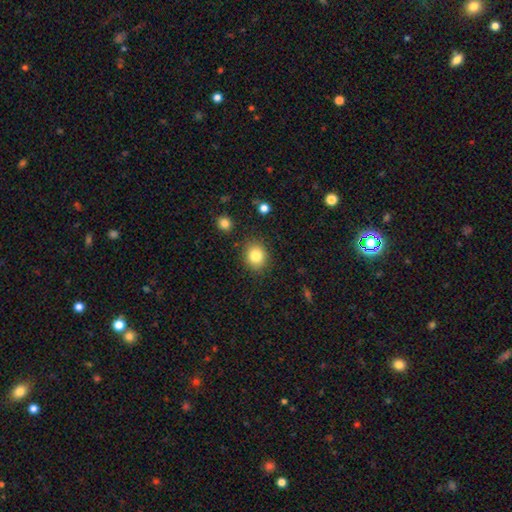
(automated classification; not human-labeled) Morphology: type=smooth (83%); roundness=round (70%); merging=none (86%).